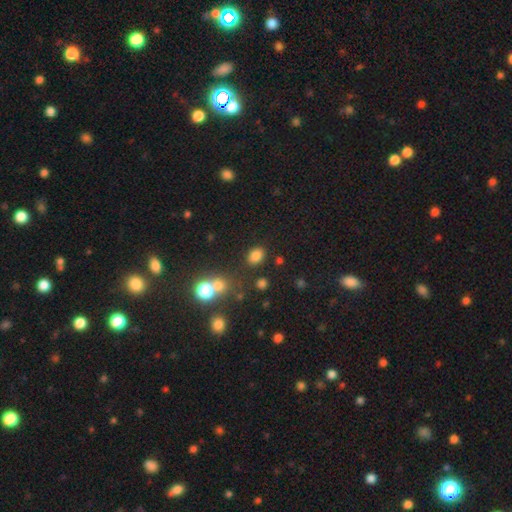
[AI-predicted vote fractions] A smooth galaxy with no disk features (79%) that is in between round and cigar-shaped (66%).

Vote fractions:
- Smooth or featured? smooth: 79% / star or artifact: 15% / featured or disk: 6%
- How rounded? in between: 66% / round: 33% / cigar-shaped: 1%
- Merging? none: 78% / minor disturbance: 11% / merger: 7% / major disturbance: 4%